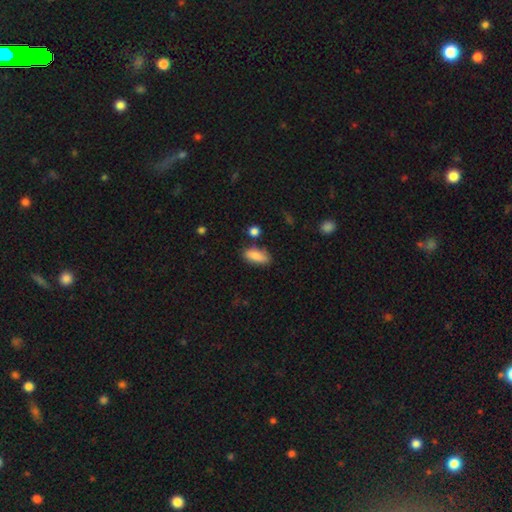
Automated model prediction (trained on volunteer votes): Overall: smooth (85%). How rounded: in between (80%). Merging: none (74%).